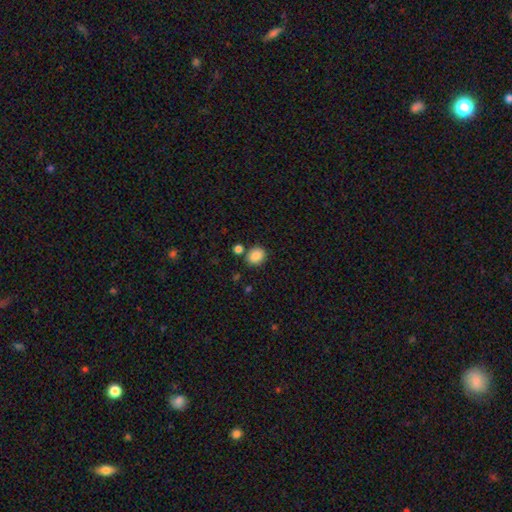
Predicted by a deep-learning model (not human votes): Overall: smooth (87%). How rounded: round (58%; in between 41%). Merging: none (78%).